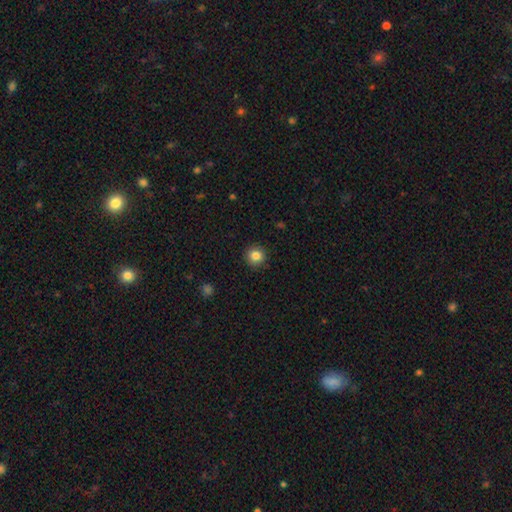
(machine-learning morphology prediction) This appears to be a smooth galaxy with no disk features (83%) that is round (94%). Merging: none (92%).